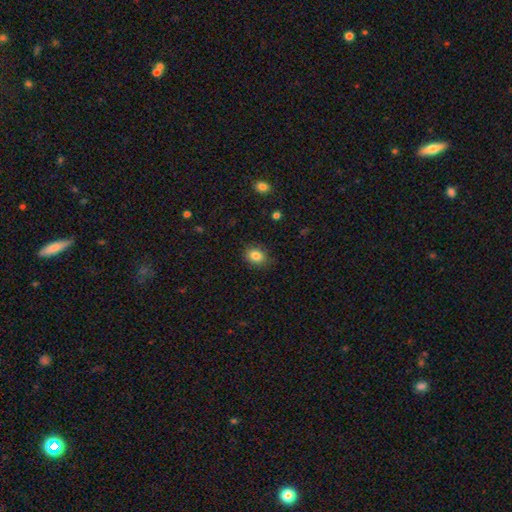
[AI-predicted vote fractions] This is clearly a smooth galaxy (84%). How rounded: likely in between (62%). Merging: clearly none (83%).